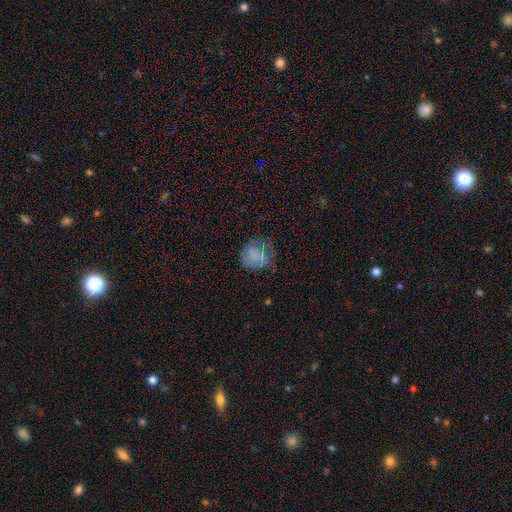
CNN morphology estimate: This is likely a smooth galaxy (65%). How rounded: likely round (71%). Merging: possibly none (48%).